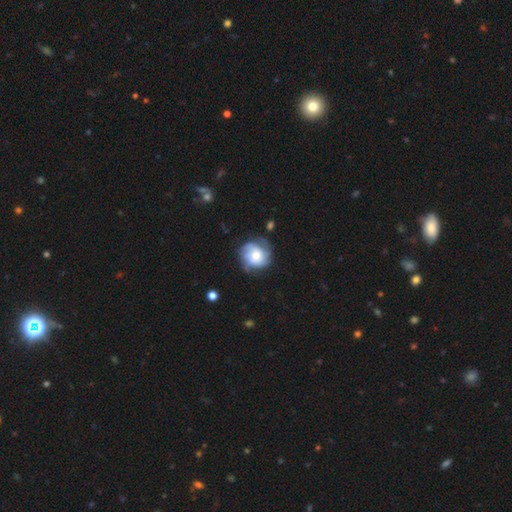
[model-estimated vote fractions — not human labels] Morphology: type=featured or disk (54%); edge-on=no (97%); bar=no (77%); spiral arms=yes (83%); bulge=moderate (54%); merging=none (64%).